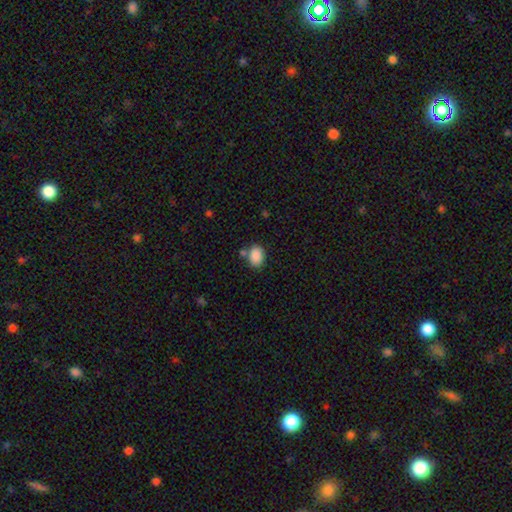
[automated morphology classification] smooth-or-featured: smooth: 88% | star or artifact: 8% | featured or disk: 4%
  how-rounded: in between: 76% | round: 23% | cigar-shaped: 1%
  merging: none: 70% | minor disturbance: 14% | merger: 11% | major disturbance: 4%